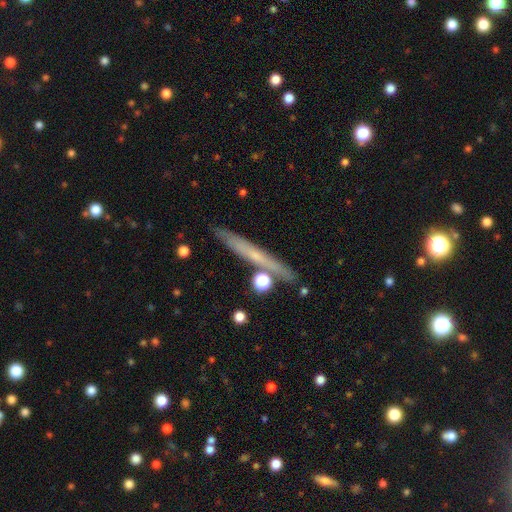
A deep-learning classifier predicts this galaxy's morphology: Smooth or featured: featured or disk — 50% (smooth — 41%)
Edge-on disk: yes — 93% (no — 7%)
Merging: none — 83% (minor disturbance — 10%)